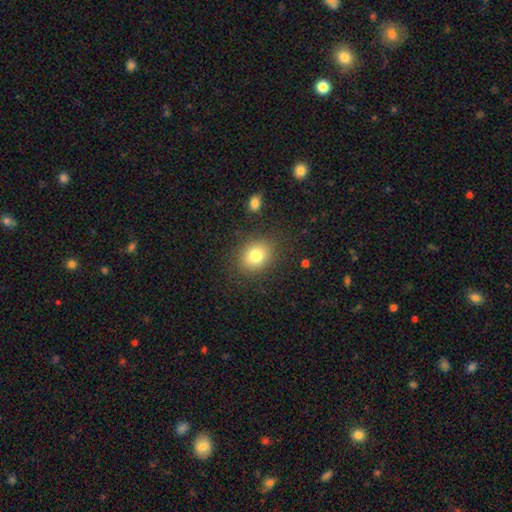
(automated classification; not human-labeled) Smooth or featured: smooth — 79% (star or artifact — 11%)
How rounded: round — 55% (in between — 44%)
Merging: none — 85% (minor disturbance — 9%)